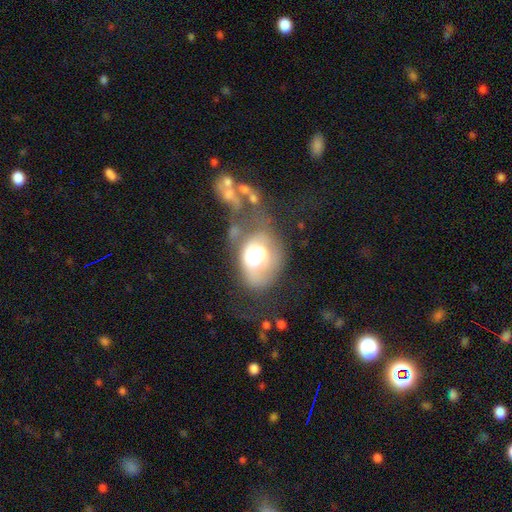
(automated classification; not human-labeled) This is possibly a smooth galaxy (51%). How rounded: likely in between (71%). Merging: marginally major disturbance (39%).